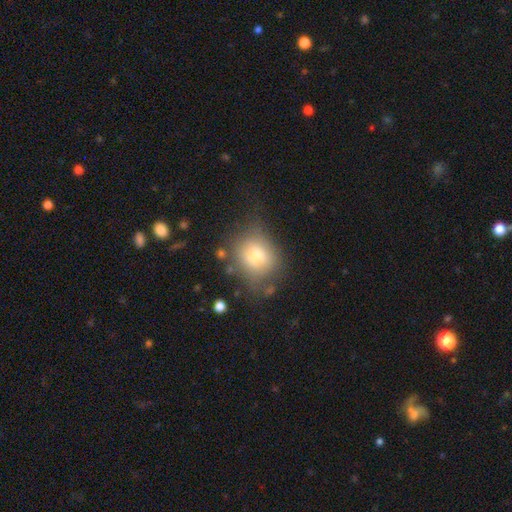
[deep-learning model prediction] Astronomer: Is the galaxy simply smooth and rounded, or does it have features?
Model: smooth — 72%.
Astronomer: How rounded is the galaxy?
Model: round — 65%.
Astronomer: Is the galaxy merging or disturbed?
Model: none — 61%.